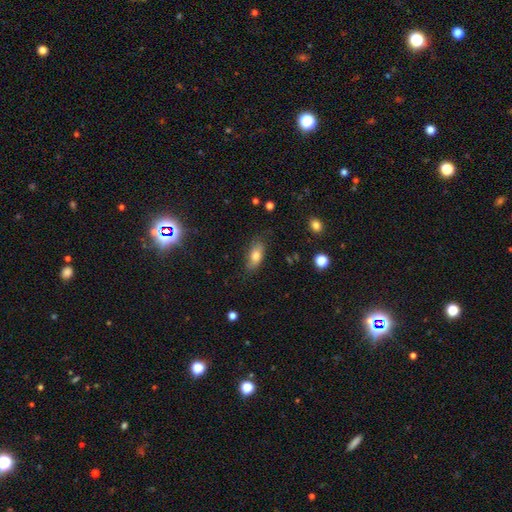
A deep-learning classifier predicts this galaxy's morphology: smooth_or_featured: smooth (p=0.74) [alt: featured or disk p=0.17]
how_rounded: in between (p=0.83) [alt: cigar-shaped p=0.13]
merging: none (p=0.75) [alt: minor disturbance p=0.19]